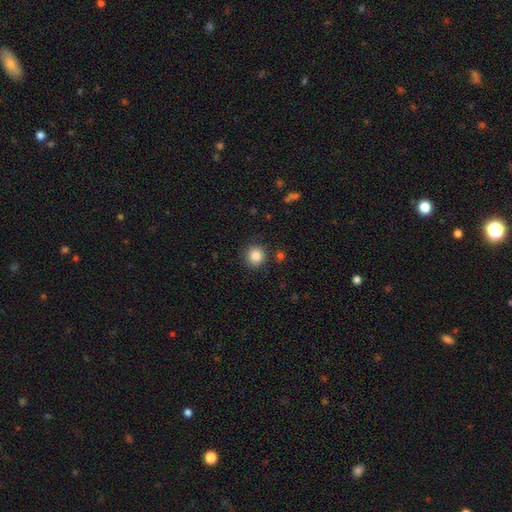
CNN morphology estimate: Smooth or featured: smooth — 85% (star or artifact — 10%)
How rounded: round — 92% (in between — 7%)
Merging: none — 88% (minor disturbance — 7%)